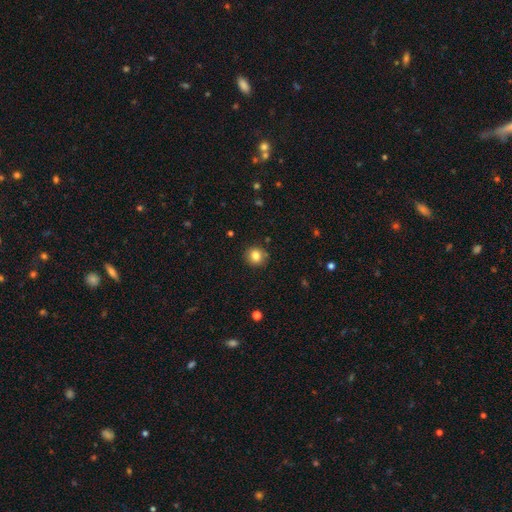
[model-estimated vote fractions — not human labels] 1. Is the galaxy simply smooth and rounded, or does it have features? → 82% smooth, 11% star or artifact, 7% featured or disk.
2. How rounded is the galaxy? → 91% round, 8% in between, 1% cigar-shaped.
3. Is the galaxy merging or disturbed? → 89% none, 8% minor disturbance, 2% major disturbance, 1% merger.